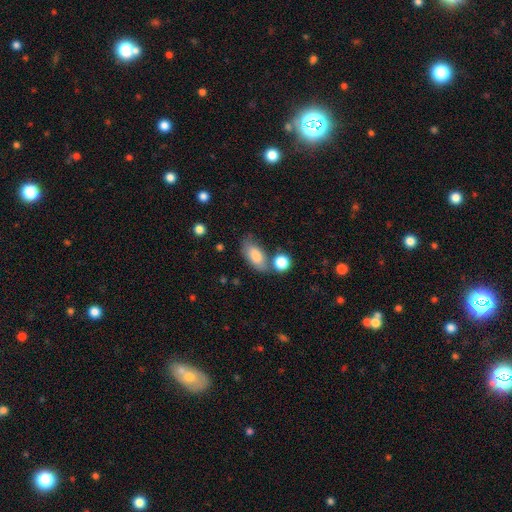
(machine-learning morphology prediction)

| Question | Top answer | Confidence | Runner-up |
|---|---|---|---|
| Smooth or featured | smooth | 80% | featured or disk (13%) |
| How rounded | in between | 88% | cigar-shaped (7%) |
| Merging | none | 57% | minor disturbance (19%) |